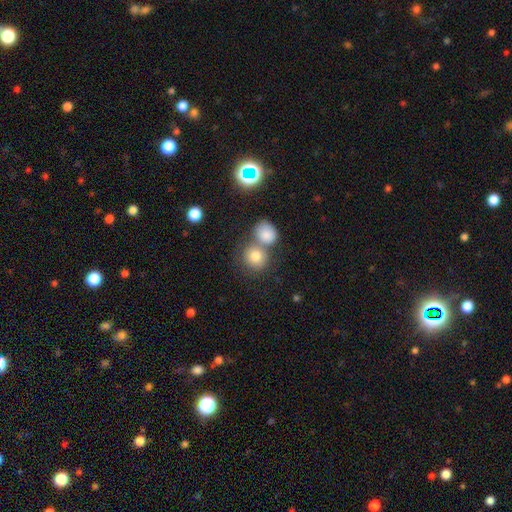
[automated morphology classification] Smooth or featured: smooth — 75% (star or artifact — 15%)
How rounded: round — 84% (in between — 15%)
Merging: none — 50% (merger — 38%)